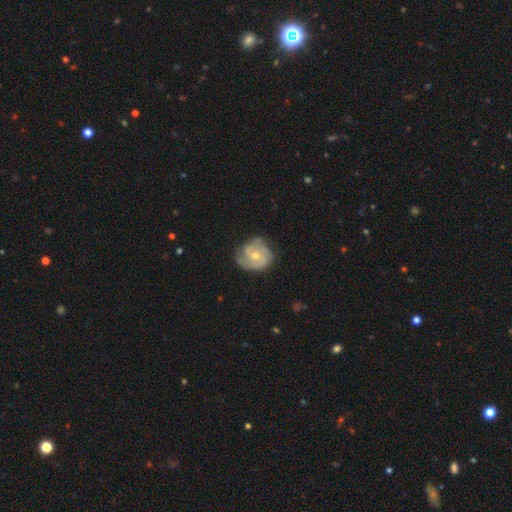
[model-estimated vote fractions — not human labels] This appears to be a featured or disk galaxy (83%) with no bar (71%), 3 (48%) tight (55%) spiral arms (96%) and a moderate central bulge (54%). Merging: none (72%).